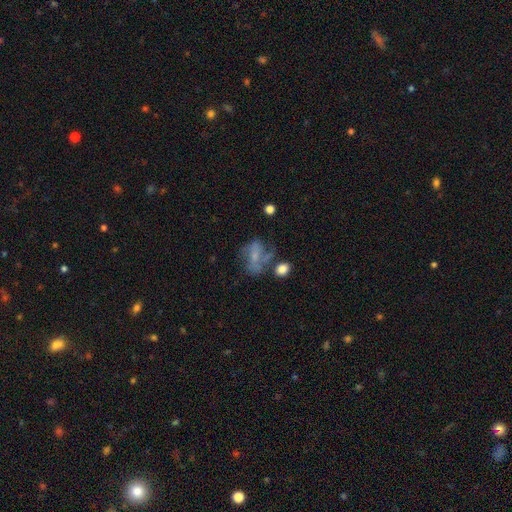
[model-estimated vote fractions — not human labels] Q: Smooth or featured?
A: featured or disk (56%); runner-up: smooth (32%)
Q: Edge-on disk?
A: no (96%); runner-up: yes (4%)
Q: Bar?
A: no (53%); runner-up: weak (35%)
Q: Spiral arms?
A: yes (69%); runner-up: no (31%)
Q: Bulge size?
A: small (56%); runner-up: moderate (21%)
Q: Merging?
A: none (38%); runner-up: major disturbance (26%)